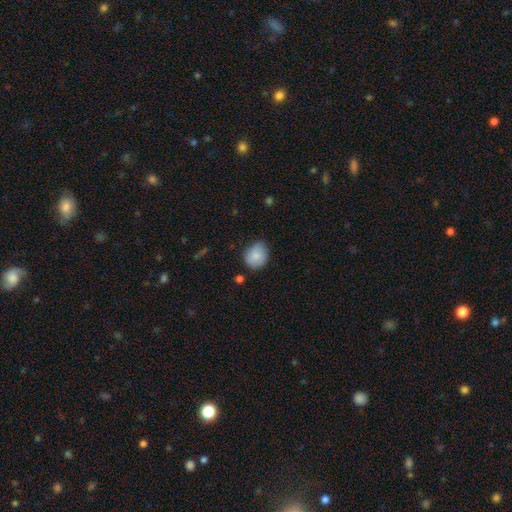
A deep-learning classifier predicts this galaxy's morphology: Smooth or featured? smooth (83%)
How rounded? round (61%)
Merging? none (61%)